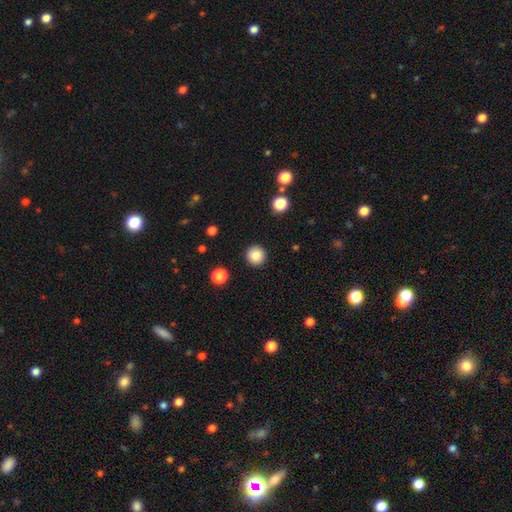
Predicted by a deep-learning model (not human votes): Smooth or featured: smooth — 85% (star or artifact — 10%)
How rounded: round — 96% (in between — 3%)
Merging: none — 93% (minor disturbance — 4%)